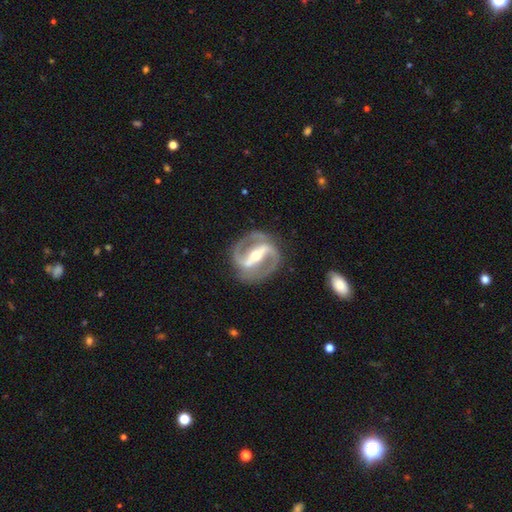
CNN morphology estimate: The model was most divided on "spiral winding": medium: 51%, tight: 35%, loose: 14%. More confident: edge-on disk — no (96%); spiral arms — yes (95%); spiral arm count — 2 (93%); smooth or featured — featured or disk (91%); merging — none (83%); bar — strong (79%); bulge size — moderate (58%).